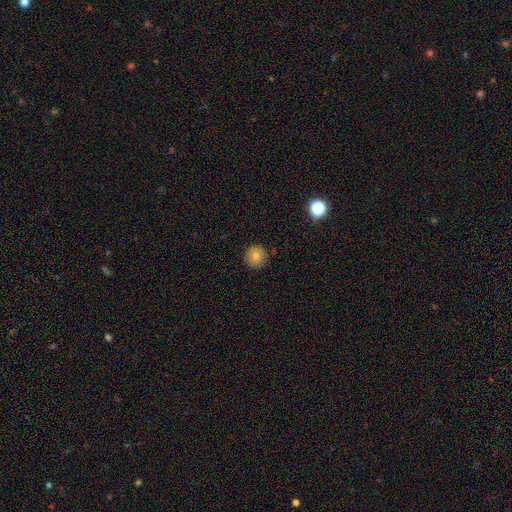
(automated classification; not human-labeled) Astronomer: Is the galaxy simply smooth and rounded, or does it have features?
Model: smooth — 78%.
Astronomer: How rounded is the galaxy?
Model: round — 95%.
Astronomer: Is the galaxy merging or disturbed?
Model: none — 90%.